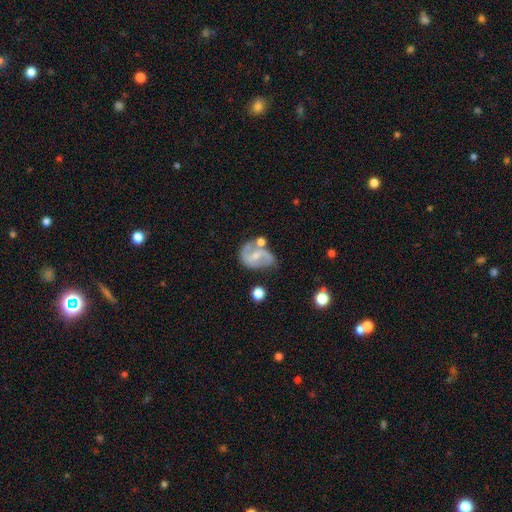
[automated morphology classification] A featured or disk galaxy (76%) with a weak bar (46%), 2 (84%) medium (47%) spiral arms (88%) and a small central bulge (57%). Merging: none (48%).